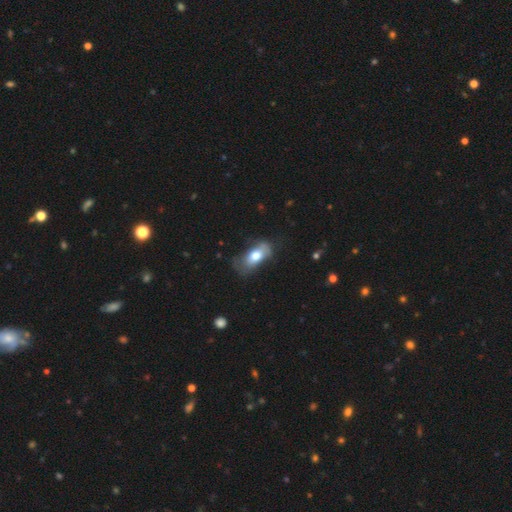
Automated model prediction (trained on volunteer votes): Smooth or featured: smooth — 66% (featured or disk — 27%)
How rounded: in between — 86% (cigar-shaped — 8%)
Merging: none — 49% (minor disturbance — 30%)